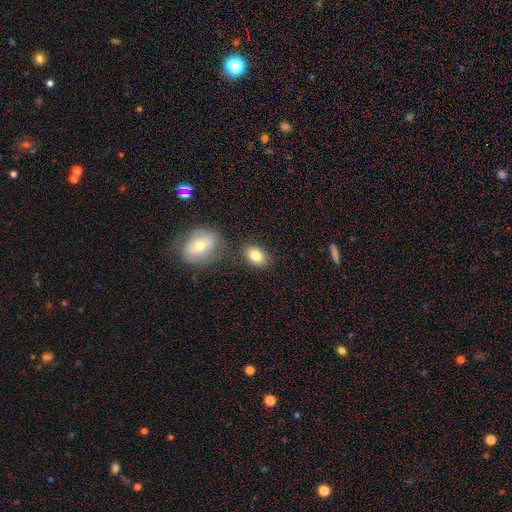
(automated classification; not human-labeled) smooth_or_featured: smooth (p=0.81) [alt: featured or disk p=0.10]
how_rounded: in between (p=0.80) [alt: round p=0.19]
merging: none (p=0.74) [alt: minor disturbance p=0.13]